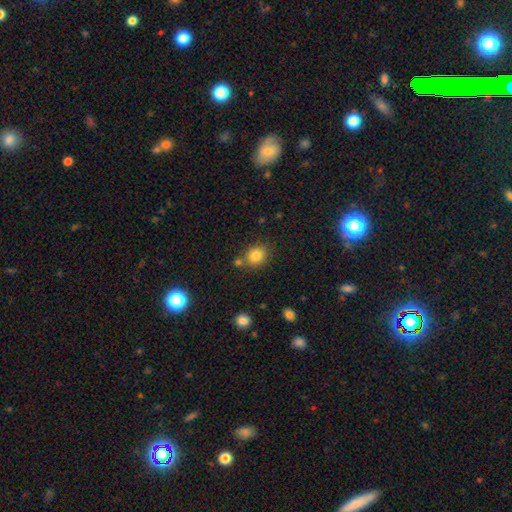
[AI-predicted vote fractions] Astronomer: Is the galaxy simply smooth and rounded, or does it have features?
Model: smooth — 83%.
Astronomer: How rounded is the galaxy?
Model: round — 72%.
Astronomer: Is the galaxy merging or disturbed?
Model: none — 69%.